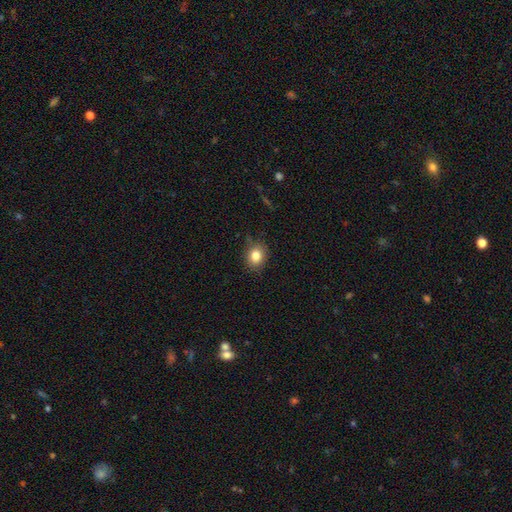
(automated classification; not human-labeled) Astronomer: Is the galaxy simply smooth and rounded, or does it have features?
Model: smooth — 83%.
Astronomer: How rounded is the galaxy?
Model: round — 61% (runner-up: in between, 38%).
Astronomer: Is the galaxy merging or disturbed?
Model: none — 82%.